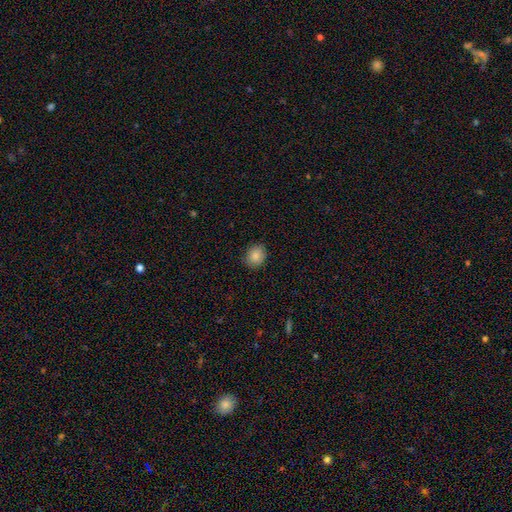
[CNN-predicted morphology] A smooth galaxy with no disk features (86%) that is round (66%). Merging: none (87%).